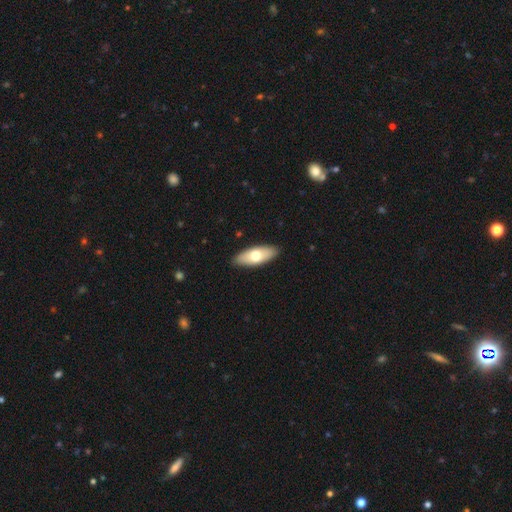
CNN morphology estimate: Q: Smooth or featured?
A: smooth (67%); runner-up: featured or disk (28%)
Q: How rounded?
A: in between (77%); runner-up: cigar-shaped (21%)
Q: Merging?
A: none (89%); runner-up: minor disturbance (8%)